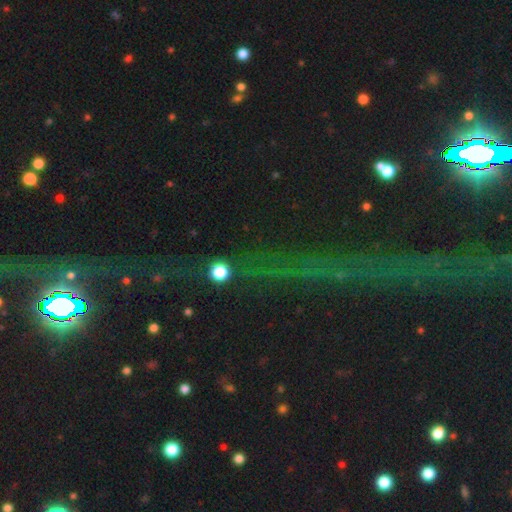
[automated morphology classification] Smooth or featured? star or artifact (68%)